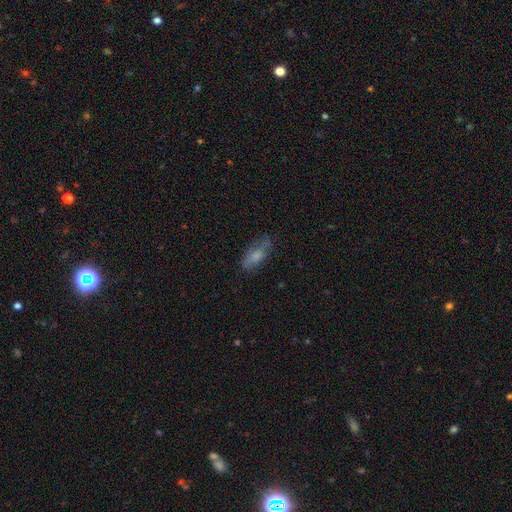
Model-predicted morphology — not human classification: Smooth or featured?
  - smooth: 71% *
  - featured or disk: 21%
  - star or artifact: 8%
How rounded?
  - in between: 70% *
  - cigar-shaped: 27%
  - round: 3%
Merging?
  - none: 66% *
  - minor disturbance: 24%
  - major disturbance: 8%
  - merger: 2%